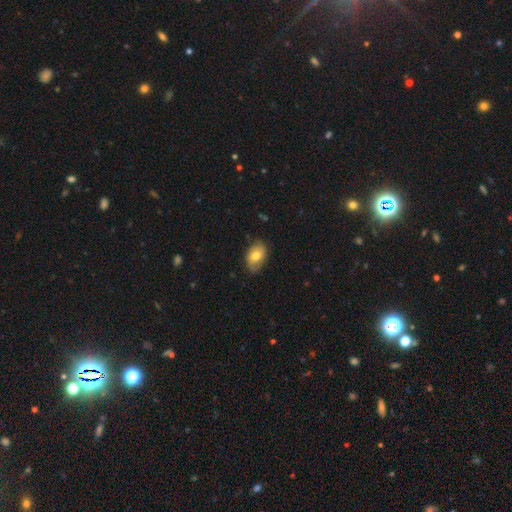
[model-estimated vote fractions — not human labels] smooth_or_featured: smooth (p=0.65) [alt: featured or disk p=0.28]
how_rounded: in between (p=0.87) [alt: round p=0.12]
merging: none (p=0.76) [alt: minor disturbance p=0.19]